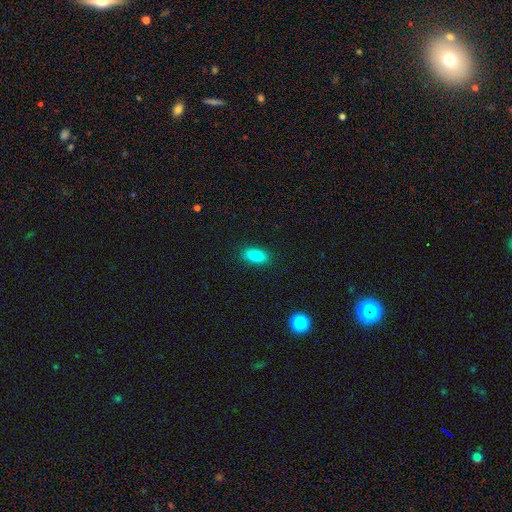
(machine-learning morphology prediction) Overall: smooth (86%). How rounded: in between (87%). Merging: none (89%).